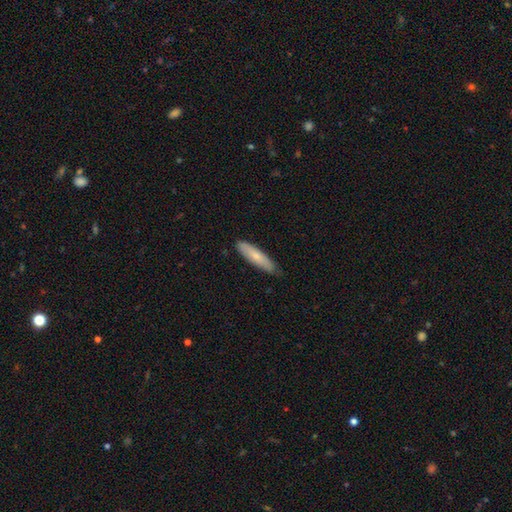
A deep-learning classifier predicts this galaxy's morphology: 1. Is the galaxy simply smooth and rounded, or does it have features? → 71% smooth, 23% featured or disk, 6% star or artifact.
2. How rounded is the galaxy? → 75% cigar-shaped, 24% in between, 1% round.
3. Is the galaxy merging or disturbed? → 81% none, 16% minor disturbance, 2% major disturbance, 1% merger.